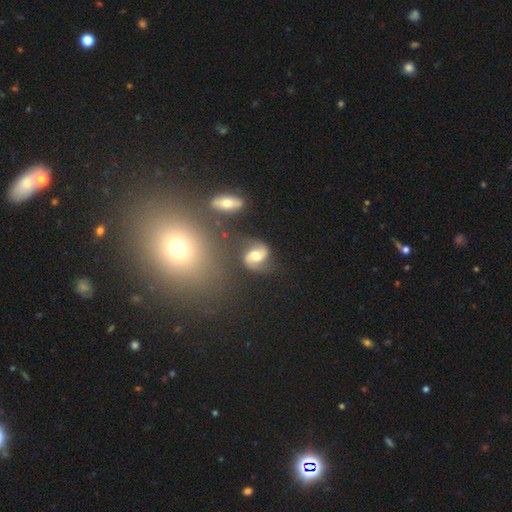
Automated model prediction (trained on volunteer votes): Smooth or featured: featured or disk — 78% (smooth — 15%)
Edge-on disk: no — 97% (yes — 3%)
Bar: no — 44% (weak — 40%)
Spiral arms: yes — 94% (no — 6%)
Spiral winding: medium — 45% (loose — 41%)
Spiral arm count: 2 — 92% (can't tell — 3%)
Bulge size: moderate — 68% (small — 14%)
Merging: none — 73% (minor disturbance — 15%)